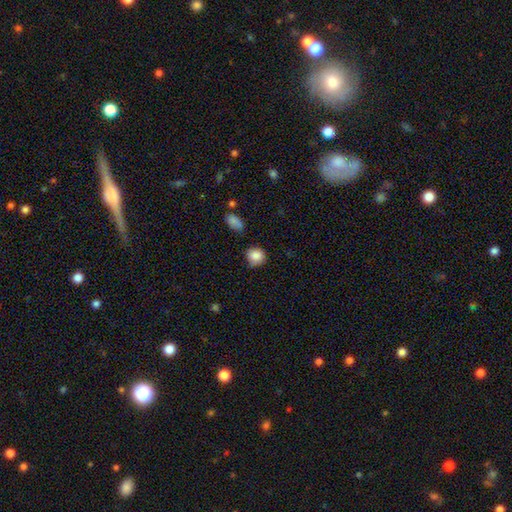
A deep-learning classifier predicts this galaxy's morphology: Smooth or featured? Predicted: smooth (p=0.86). How rounded? Predicted: round (p=0.78). Merging? Predicted: none (p=0.68).